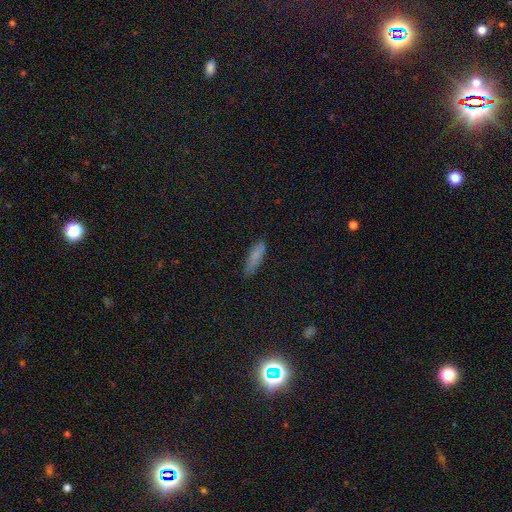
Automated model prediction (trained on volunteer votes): Smooth or featured? Predicted: smooth (p=0.76). How rounded? Predicted: cigar-shaped (p=0.55). Merging? Predicted: none (p=0.80).